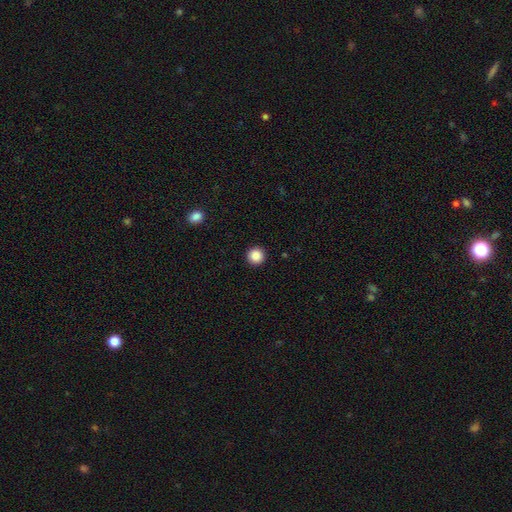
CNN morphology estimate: A smooth galaxy with no disk features (87%) that is round (96%). Merging: none (94%).